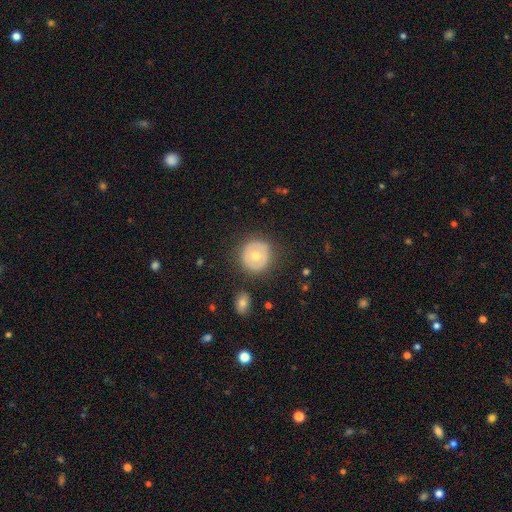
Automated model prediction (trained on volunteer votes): This is possibly a smooth galaxy (58%). How rounded: clearly round (93%). Merging: clearly none (84%).